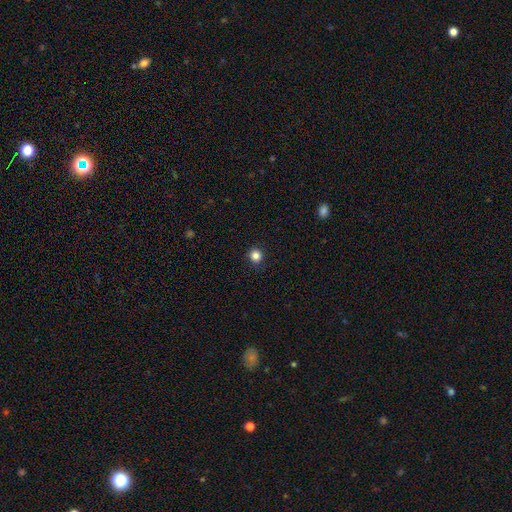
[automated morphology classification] A smooth galaxy with no disk features (84%) that is round (91%).

Vote fractions:
- Smooth or featured? smooth: 84% / star or artifact: 12% / featured or disk: 4%
- How rounded? round: 91% / in between: 8% / cigar-shaped: 1%
- Merging? none: 91% / minor disturbance: 6% / major disturbance: 2% / merger: 1%